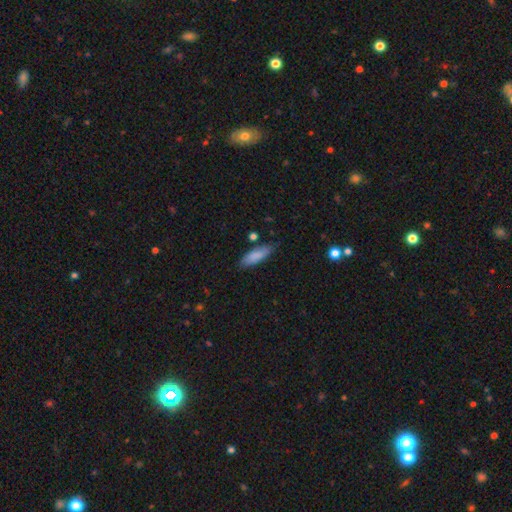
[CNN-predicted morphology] Q: Smooth or featured?
A: smooth (81%); runner-up: featured or disk (12%)
Q: How rounded?
A: in between (54%); runner-up: cigar-shaped (44%)
Q: Merging?
A: none (73%); runner-up: minor disturbance (20%)